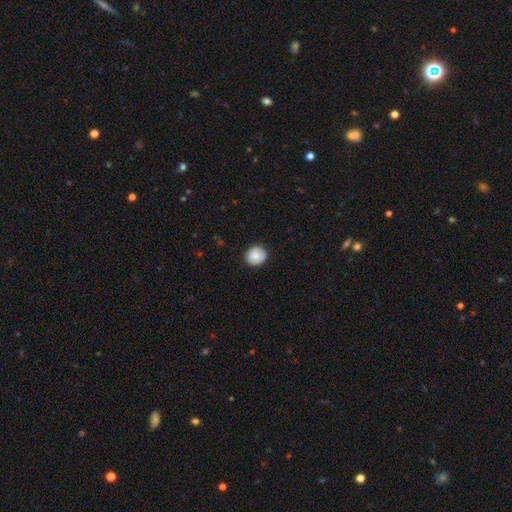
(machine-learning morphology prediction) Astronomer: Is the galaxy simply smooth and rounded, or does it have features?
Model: smooth — 83%.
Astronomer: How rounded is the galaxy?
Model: round — 82%.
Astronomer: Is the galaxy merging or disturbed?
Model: none — 86%.